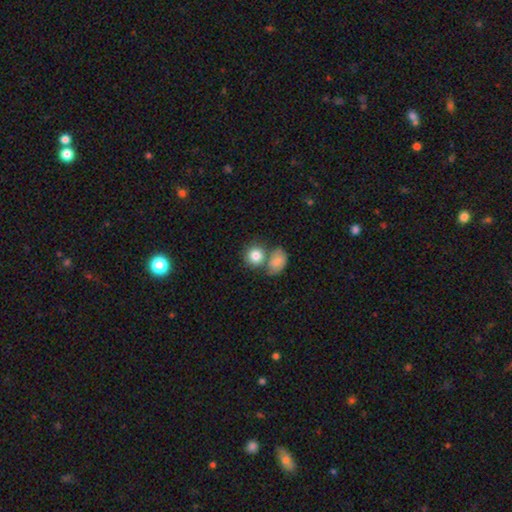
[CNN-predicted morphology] smooth-or-featured: smooth: 83% | featured or disk: 9% | star or artifact: 7%
  how-rounded: round: 78% | in between: 21% | cigar-shaped: 1%
  merging: none: 46% | merger: 40% | minor disturbance: 10% | major disturbance: 4%